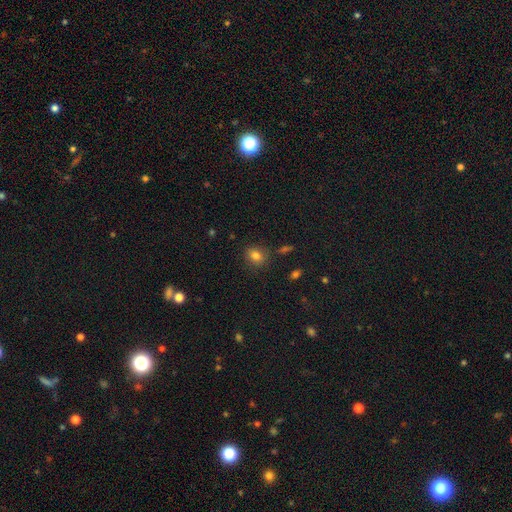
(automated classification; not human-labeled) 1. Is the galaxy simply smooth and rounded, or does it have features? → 81% smooth, 12% star or artifact, 8% featured or disk.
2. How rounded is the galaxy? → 58% round, 41% in between, 1% cigar-shaped.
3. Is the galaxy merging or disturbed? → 83% none, 11% minor disturbance, 3% major disturbance, 3% merger.